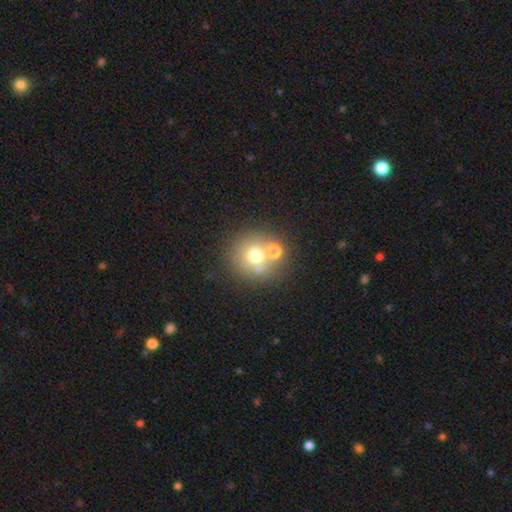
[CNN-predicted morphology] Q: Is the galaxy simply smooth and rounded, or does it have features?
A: smooth — 63%.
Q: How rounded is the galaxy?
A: round — 89%.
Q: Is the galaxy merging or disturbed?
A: none — 55%.